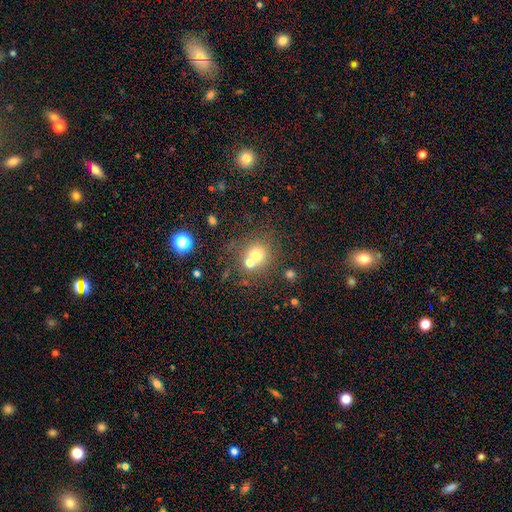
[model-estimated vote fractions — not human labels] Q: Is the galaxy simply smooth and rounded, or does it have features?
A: smooth — 68%.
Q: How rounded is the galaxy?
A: round — 84%.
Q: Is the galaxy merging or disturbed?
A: none — 47%.